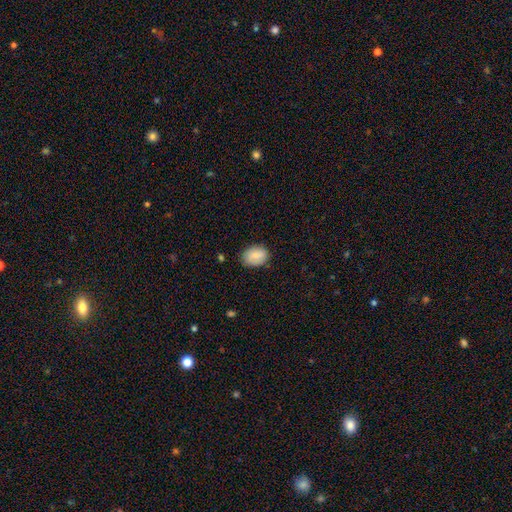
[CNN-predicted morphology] smooth_or_featured: smooth (p=0.77) [alt: featured or disk p=0.16]
how_rounded: in between (p=0.71) [alt: round p=0.28]
merging: none (p=0.79) [alt: minor disturbance p=0.16]